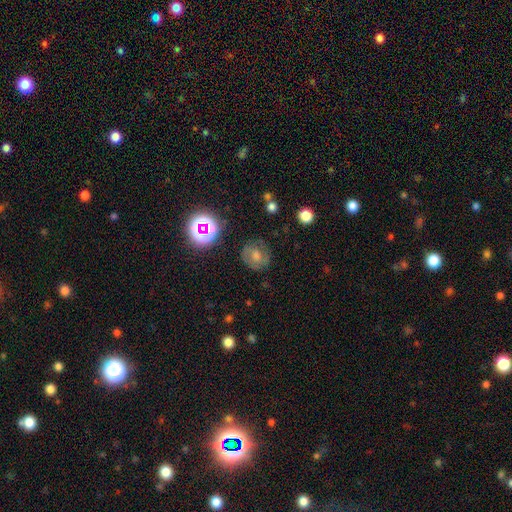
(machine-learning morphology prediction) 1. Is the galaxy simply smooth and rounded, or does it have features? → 52% smooth, 31% featured or disk, 18% star or artifact.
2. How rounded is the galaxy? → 79% round, 20% in between, 1% cigar-shaped.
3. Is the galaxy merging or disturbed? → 74% none, 17% minor disturbance, 7% major disturbance, 2% merger.